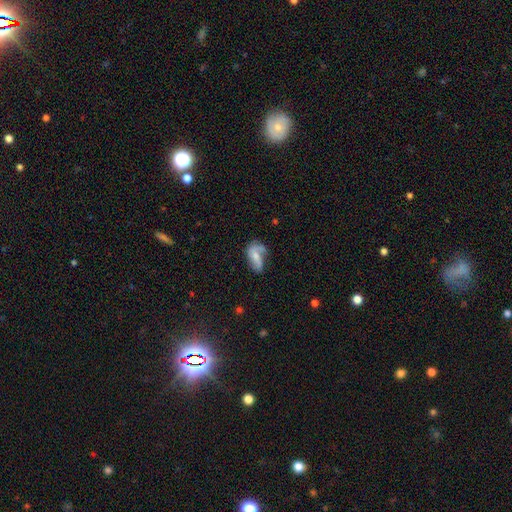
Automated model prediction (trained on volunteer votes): A smooth galaxy with no disk features (46%). Merging: none (37%).